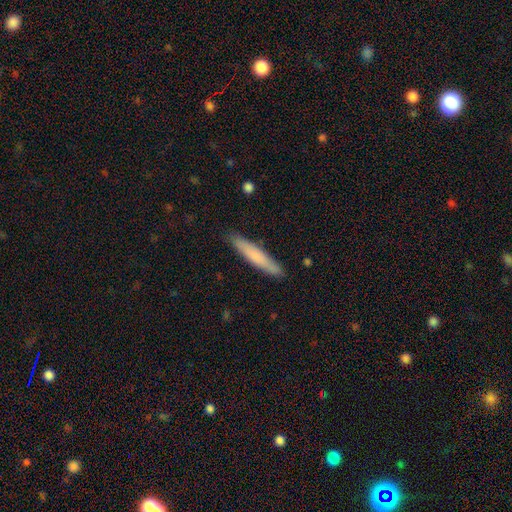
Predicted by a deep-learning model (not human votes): Q: Smooth or featured?
A: smooth (72%); runner-up: featured or disk (22%)
Q: How rounded?
A: cigar-shaped (92%); runner-up: in between (7%)
Q: Merging?
A: none (88%); runner-up: minor disturbance (10%)